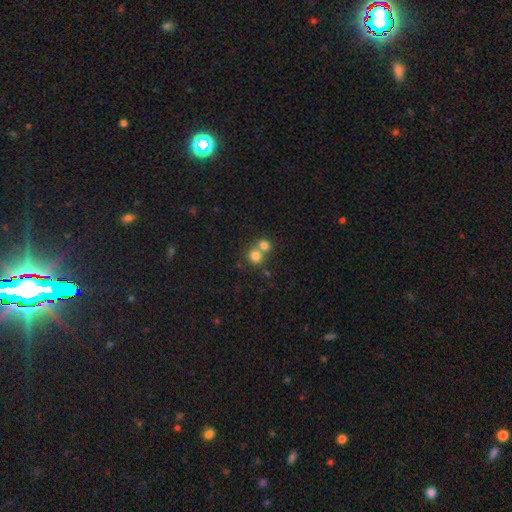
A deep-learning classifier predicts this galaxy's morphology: smooth-or-featured: smooth: 78% | star or artifact: 12% | featured or disk: 10%
  how-rounded: round: 86% | in between: 13% | cigar-shaped: 1%
  merging: merger: 50% | none: 42% | minor disturbance: 5% | major disturbance: 2%